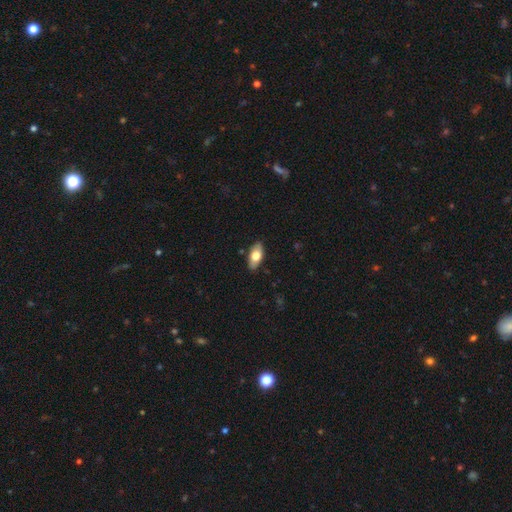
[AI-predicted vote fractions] A smooth galaxy with no disk features (70%) that is in between round and cigar-shaped (89%). Merging: none (87%).